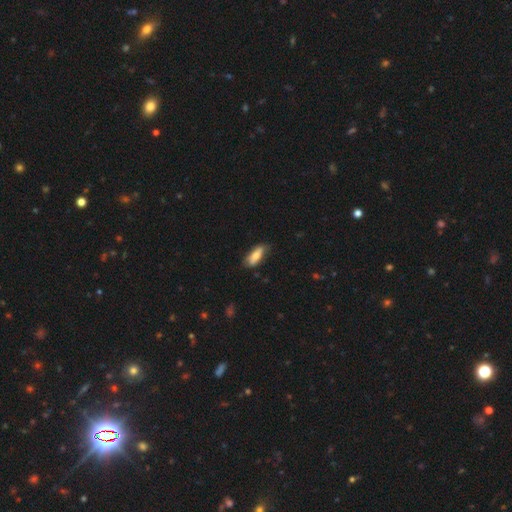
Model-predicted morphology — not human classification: smooth-or-featured: smooth: 75% | featured or disk: 19% | star or artifact: 6%
  how-rounded: in between: 67% | cigar-shaped: 31% | round: 2%
  merging: none: 71% | minor disturbance: 23% | major disturbance: 4% | merger: 2%